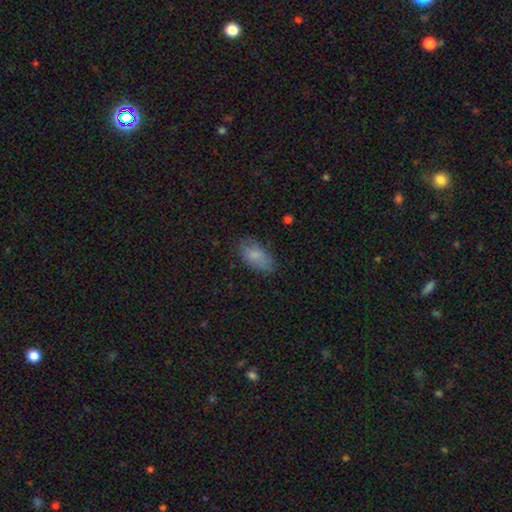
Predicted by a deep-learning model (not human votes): Q: Smooth or featured?
A: smooth (81%); runner-up: featured or disk (11%)
Q: How rounded?
A: in between (92%); runner-up: cigar-shaped (4%)
Q: Merging?
A: none (70%); runner-up: minor disturbance (23%)